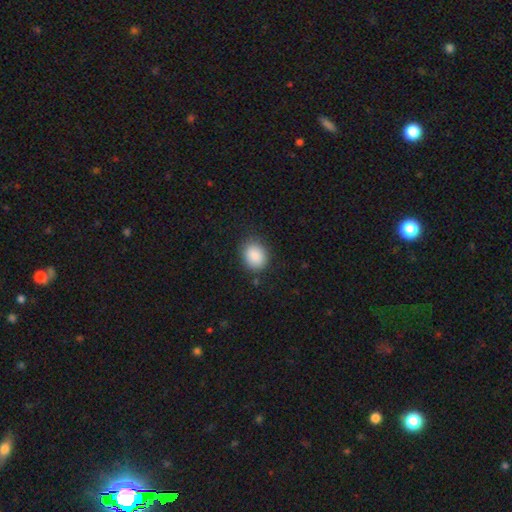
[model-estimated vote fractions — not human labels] This is clearly a smooth galaxy (88%). How rounded: possibly round (54%). Merging: clearly none (83%).